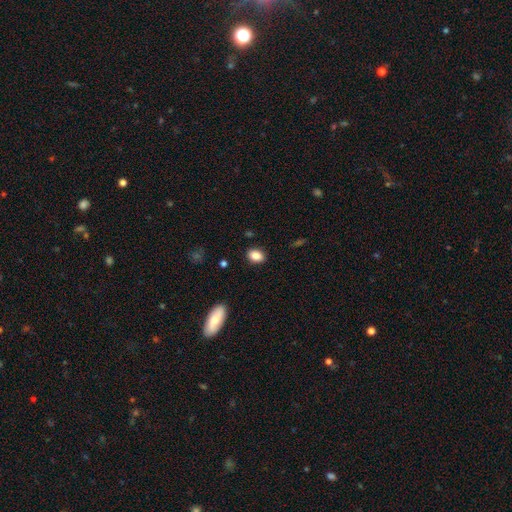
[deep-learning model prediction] Smooth or featured?
  - smooth: 87% *
  - star or artifact: 9%
  - featured or disk: 5%
How rounded?
  - in between: 76% *
  - round: 23%
  - cigar-shaped: 1%
Merging?
  - none: 88% *
  - minor disturbance: 8%
  - major disturbance: 2%
  - merger: 1%